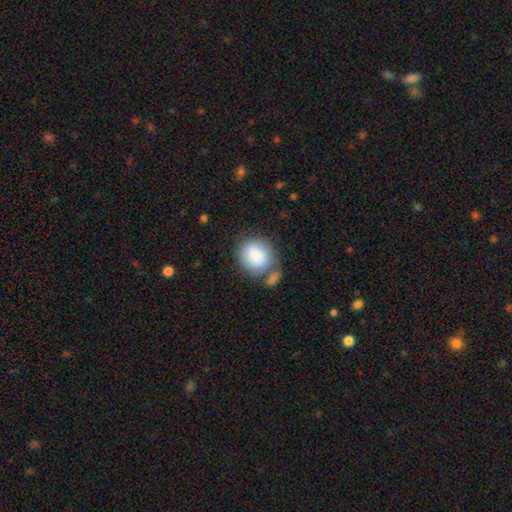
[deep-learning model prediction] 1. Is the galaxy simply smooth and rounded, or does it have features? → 86% smooth, 8% featured or disk, 6% star or artifact.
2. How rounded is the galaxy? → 74% round, 25% in between, 1% cigar-shaped.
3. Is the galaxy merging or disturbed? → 49% none, 25% merger, 18% minor disturbance, 8% major disturbance.